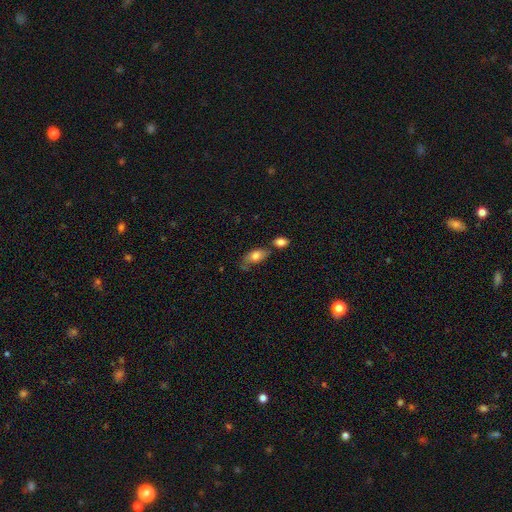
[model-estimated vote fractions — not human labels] A smooth galaxy with no disk features (77%) that is in between round and cigar-shaped (89%). Merging: none (46%).